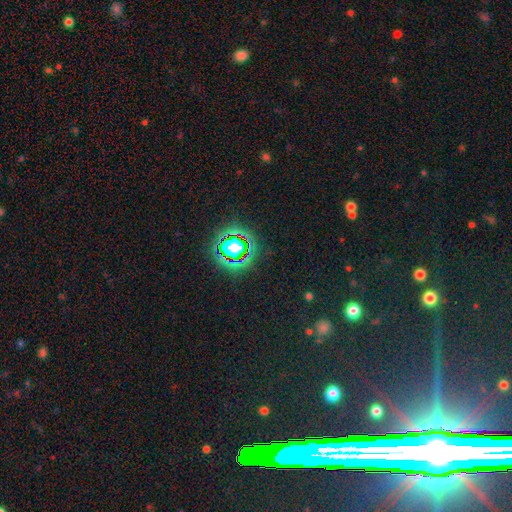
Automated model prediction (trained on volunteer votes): Morphology: type=star or artifact (72%).